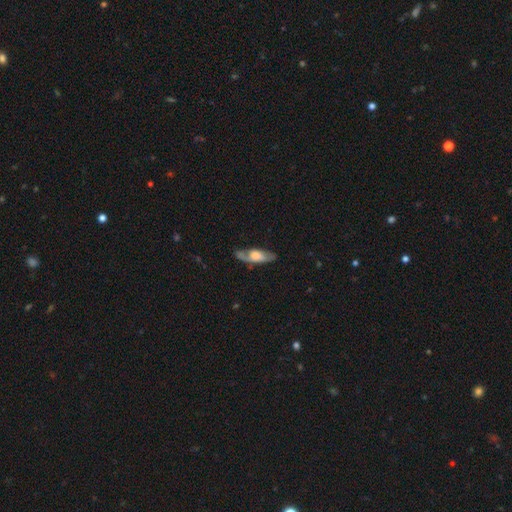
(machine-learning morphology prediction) type=featured or disk (56%); edge-on=no (59%); merging=none (70%).